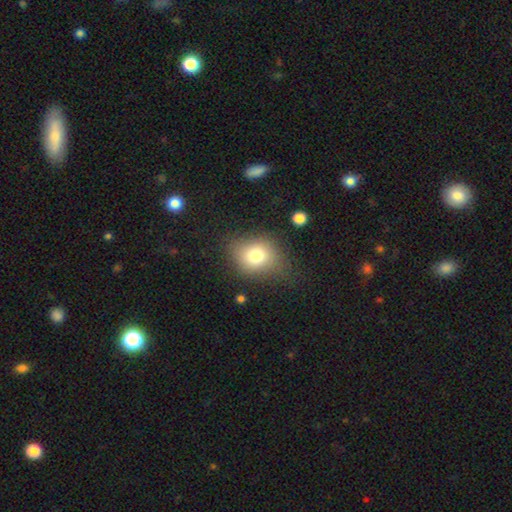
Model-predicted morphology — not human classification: This appears to be a smooth galaxy with no disk features (78%) that is round (56%). Merging: none (66%).